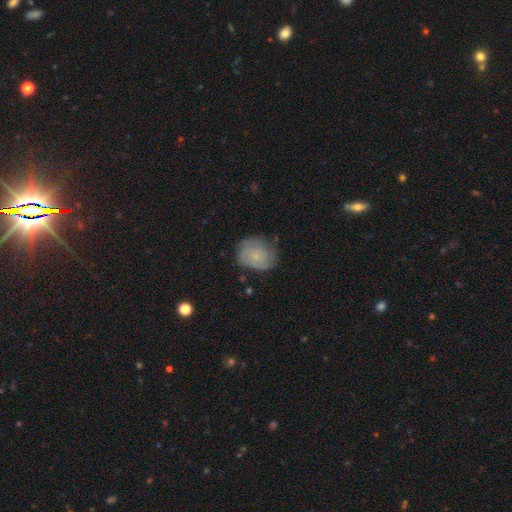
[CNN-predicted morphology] Overall: smooth (57%; featured or disk 34%). How rounded: round (51%; in between 47%). Merging: none (63%; minor disturbance 26%).